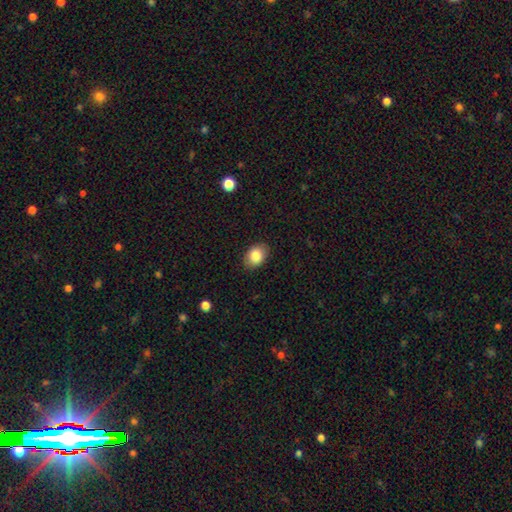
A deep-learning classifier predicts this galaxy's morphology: Q: Smooth or featured?
A: smooth (85%); runner-up: star or artifact (8%)
Q: How rounded?
A: in between (74%); runner-up: round (25%)
Q: Merging?
A: none (87%); runner-up: minor disturbance (10%)